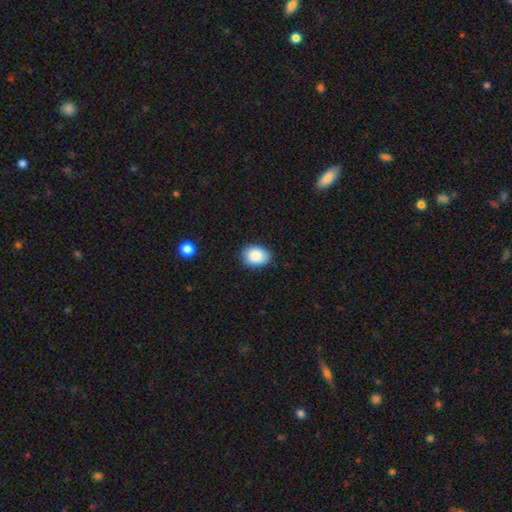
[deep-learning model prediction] smooth_or_featured: smooth (p=0.88) [alt: star or artifact p=0.08]
how_rounded: in between (p=0.65) [alt: round p=0.34]
merging: none (p=0.84) [alt: minor disturbance p=0.12]